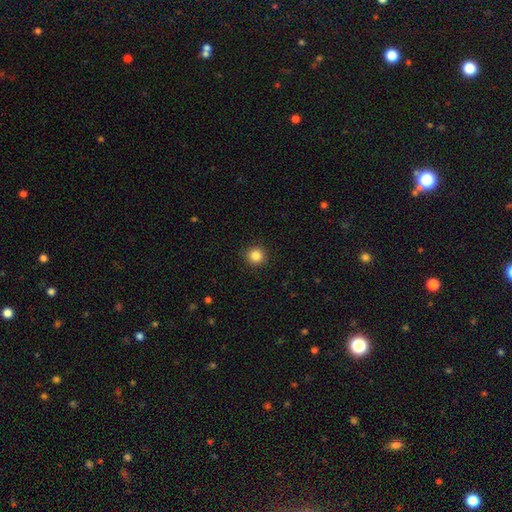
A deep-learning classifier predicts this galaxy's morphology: Smooth or featured? Predicted: smooth (p=0.86). How rounded? Predicted: round (p=0.94). Merging? Predicted: none (p=0.92).